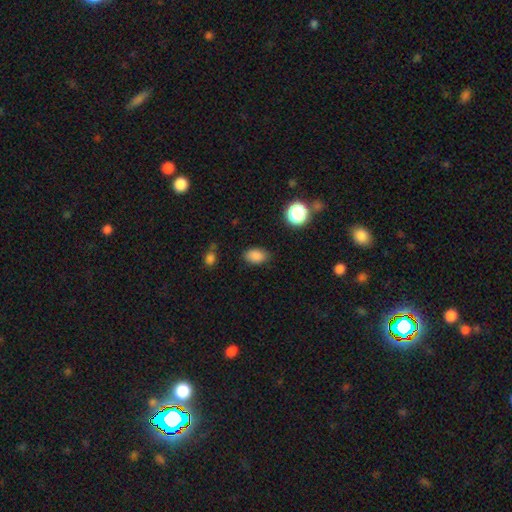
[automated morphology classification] smooth-or-featured: smooth: 85% | star or artifact: 11% | featured or disk: 4%
  how-rounded: in between: 85% | round: 14% | cigar-shaped: 1%
  merging: none: 83% | minor disturbance: 13% | major disturbance: 3% | merger: 2%